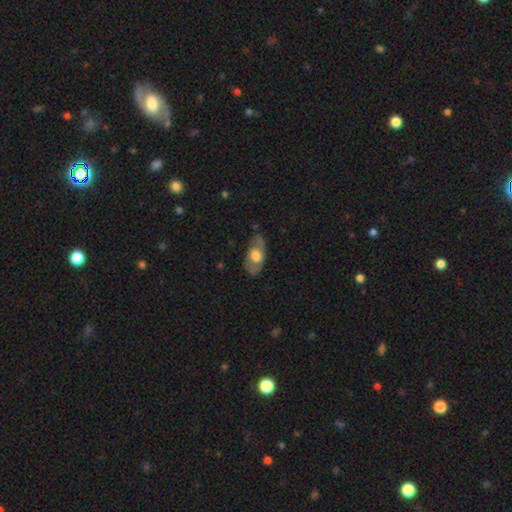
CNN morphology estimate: type=featured or disk (49%); merging=none (69%).